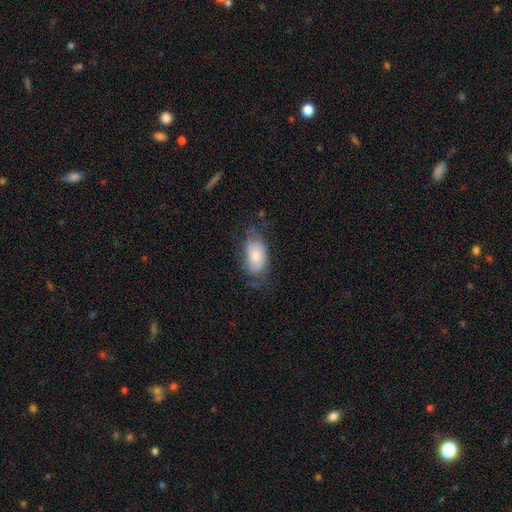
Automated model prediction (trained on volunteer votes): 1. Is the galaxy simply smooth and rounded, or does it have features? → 65% smooth, 27% featured or disk, 7% star or artifact.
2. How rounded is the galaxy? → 92% in between, 6% round, 3% cigar-shaped.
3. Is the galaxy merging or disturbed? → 48% none, 33% minor disturbance, 18% major disturbance, 2% merger.